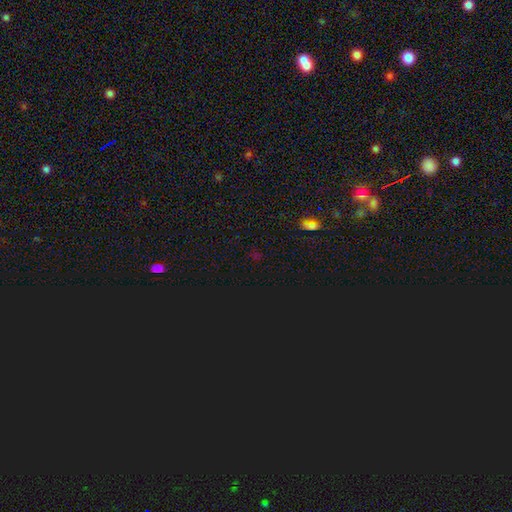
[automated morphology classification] Q: Smooth or featured?
A: star or artifact (69%); runner-up: smooth (25%)